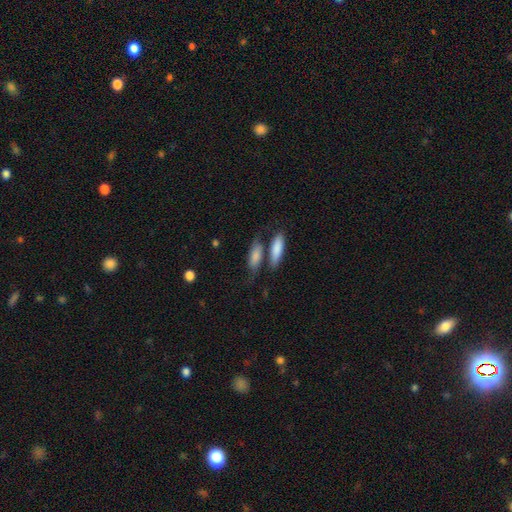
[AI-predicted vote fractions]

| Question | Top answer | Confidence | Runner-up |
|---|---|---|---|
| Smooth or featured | smooth | 71% | featured or disk (23%) |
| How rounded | in between | 55% | cigar-shaped (41%) |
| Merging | none | 50% | merger (24%) |